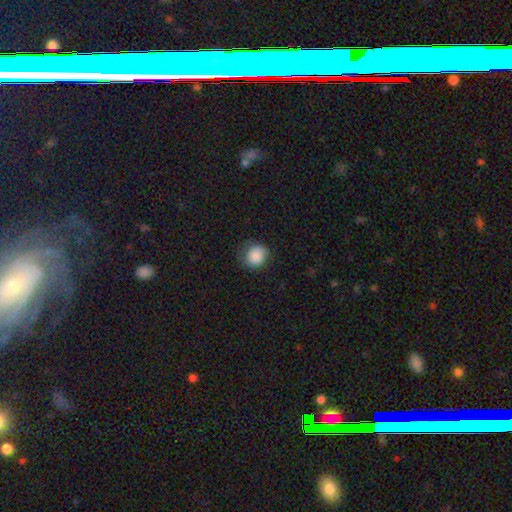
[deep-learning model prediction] A smooth galaxy with no disk features (86%) that is round (78%).

Vote fractions:
- Smooth or featured? smooth: 86% / star or artifact: 8% / featured or disk: 7%
- How rounded? round: 78% / in between: 21% / cigar-shaped: 1%
- Merging? none: 72% / minor disturbance: 20% / major disturbance: 6% / merger: 1%